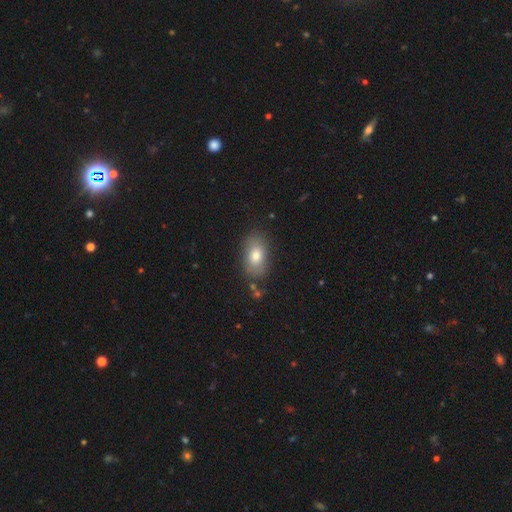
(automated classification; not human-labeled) The model was most divided on "merging": none: 79%, minor disturbance: 14%, major disturbance: 4%, merger: 3%. More confident: how rounded — in between (88%); smooth or featured — smooth (78%).